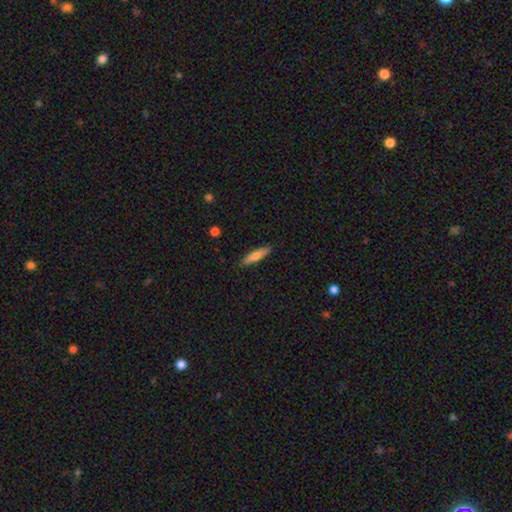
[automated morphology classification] Smooth or featured?
  - smooth: 69% *
  - featured or disk: 25%
  - star or artifact: 6%
How rounded?
  - cigar-shaped: 83% *
  - in between: 15%
  - round: 2%
Merging?
  - none: 89% *
  - minor disturbance: 8%
  - major disturbance: 2%
  - merger: 1%